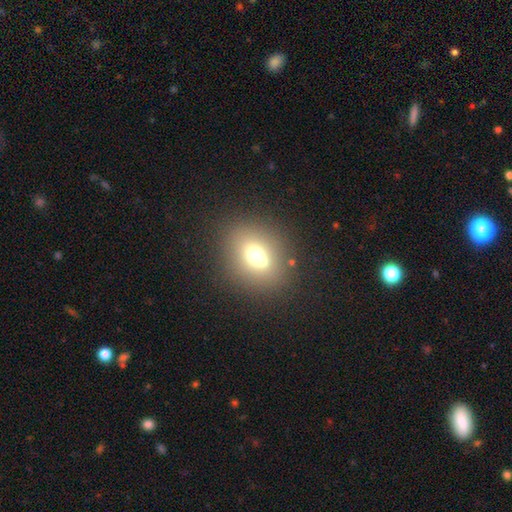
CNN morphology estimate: Q: Smooth or featured?
A: smooth (65%); runner-up: star or artifact (18%)
Q: How rounded?
A: round (70%); runner-up: in between (29%)
Q: Merging?
A: none (65%); runner-up: merger (22%)